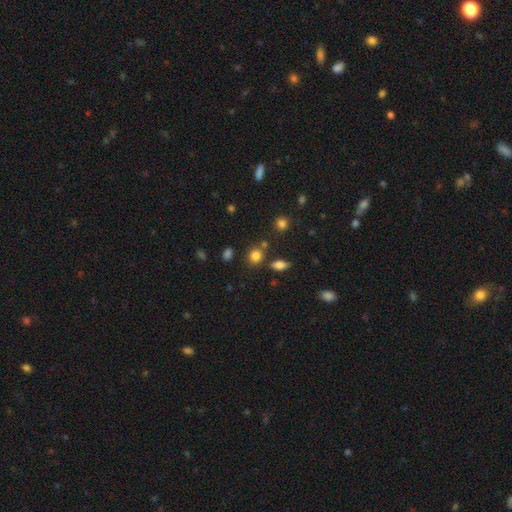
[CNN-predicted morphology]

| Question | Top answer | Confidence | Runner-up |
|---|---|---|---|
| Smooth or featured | smooth | 81% | star or artifact (13%) |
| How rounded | round | 69% | in between (29%) |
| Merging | none | 75% | minor disturbance (11%) |